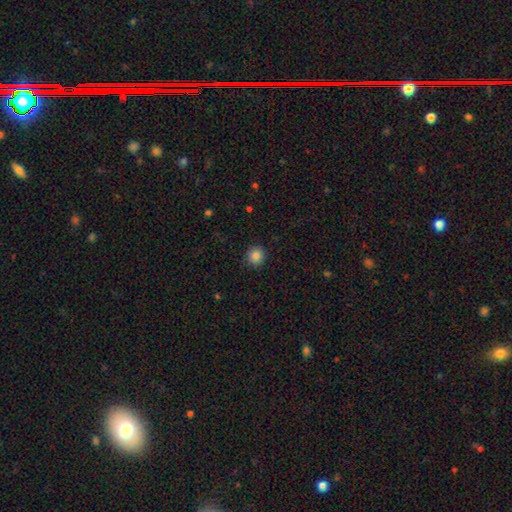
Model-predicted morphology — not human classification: Smooth or featured?
  - smooth: 84% *
  - star or artifact: 11%
  - featured or disk: 5%
How rounded?
  - round: 93% *
  - in between: 6%
  - cigar-shaped: 1%
Merging?
  - none: 90% *
  - minor disturbance: 7%
  - major disturbance: 2%
  - merger: 1%